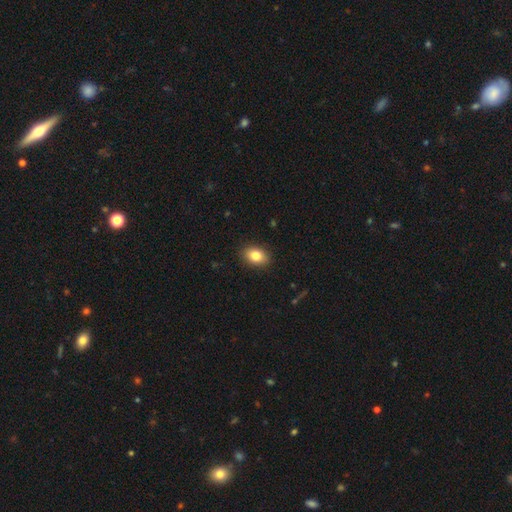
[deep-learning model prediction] smooth_or_featured: smooth (p=0.83) [alt: star or artifact p=0.09]
how_rounded: in between (p=0.78) [alt: round p=0.21]
merging: none (p=0.89) [alt: minor disturbance p=0.08]